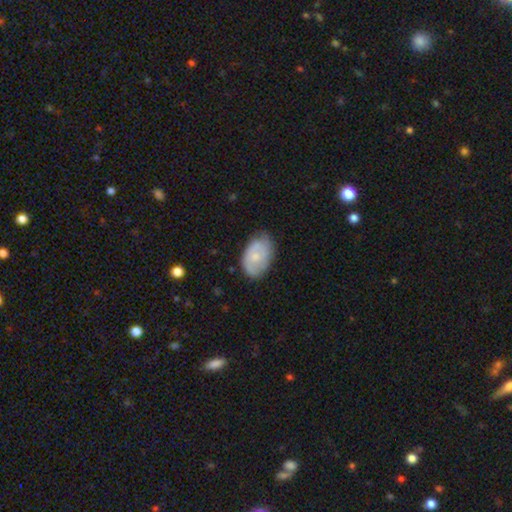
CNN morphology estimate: This appears to be a smooth galaxy with no disk features (57%) that is in between round and cigar-shaped (89%). Merging: none (61%).